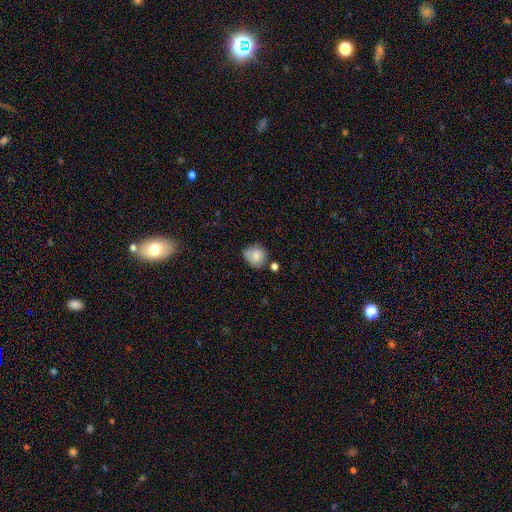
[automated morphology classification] A smooth galaxy with no disk features (66%) that is round (73%).

Vote fractions:
- Smooth or featured? smooth: 66% / featured or disk: 24% / star or artifact: 10%
- How rounded? round: 73% / in between: 26% / cigar-shaped: 1%
- Merging? none: 55% / minor disturbance: 27% / major disturbance: 10% / merger: 9%